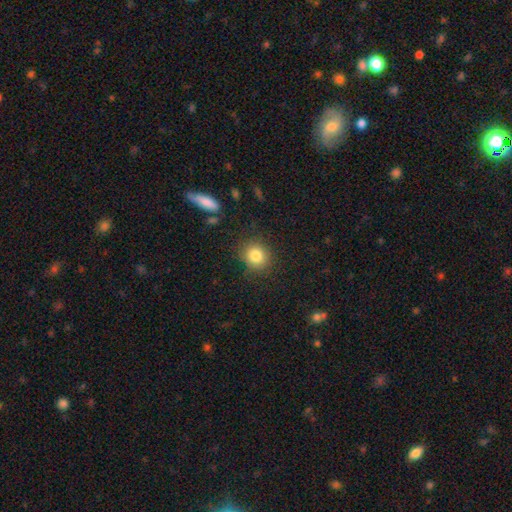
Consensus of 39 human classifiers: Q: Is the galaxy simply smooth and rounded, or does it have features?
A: smooth — 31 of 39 (79%).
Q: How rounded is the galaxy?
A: round — 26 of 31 (84%).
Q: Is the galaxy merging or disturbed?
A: none — 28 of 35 (80%).